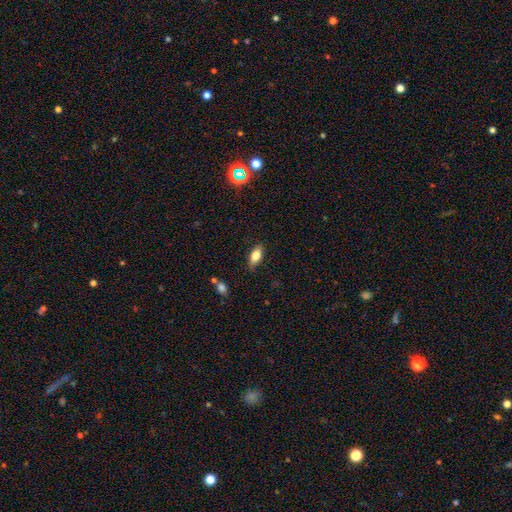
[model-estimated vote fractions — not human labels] smooth-or-featured: smooth: 76% | featured or disk: 16% | star or artifact: 8%
  how-rounded: in between: 83% | cigar-shaped: 13% | round: 4%
  merging: none: 82% | minor disturbance: 13% | major disturbance: 3% | merger: 2%